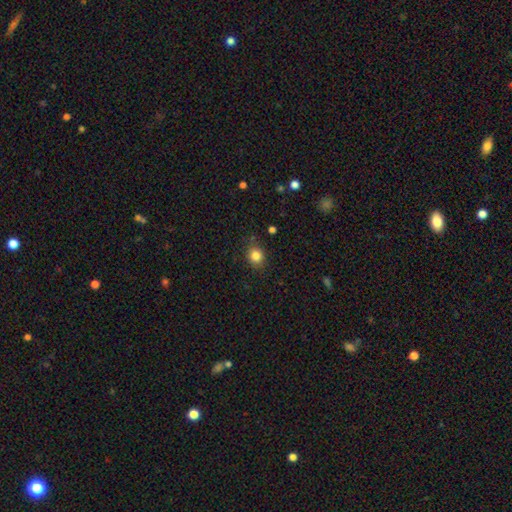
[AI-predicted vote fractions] A smooth galaxy with no disk features (84%) that is round (74%).

Vote fractions:
- Smooth or featured? smooth: 84% / star or artifact: 11% / featured or disk: 5%
- How rounded? round: 74% / in between: 26% / cigar-shaped: 1%
- Merging? none: 83% / minor disturbance: 12% / major disturbance: 3% / merger: 2%